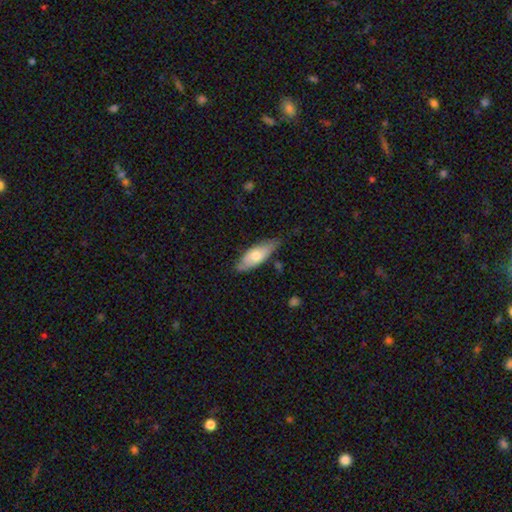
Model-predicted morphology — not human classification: Smooth or featured: smooth — 61% (featured or disk — 33%)
How rounded: in between — 73% (cigar-shaped — 24%)
Merging: none — 69% (minor disturbance — 24%)